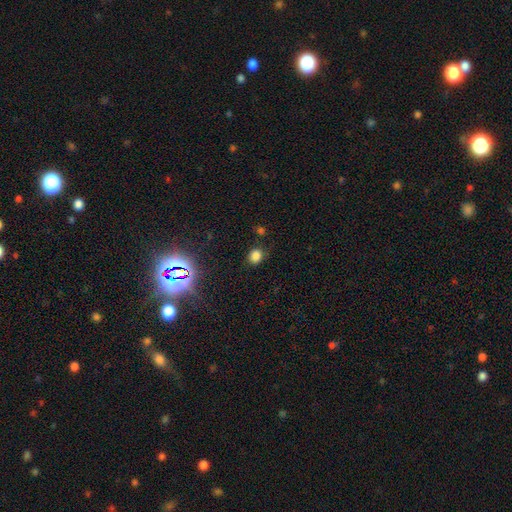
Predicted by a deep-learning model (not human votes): smooth 78%, star or artifact 17%, featured or disk 5%. Down the decision tree: how rounded — round (59%); merging — none (79%).